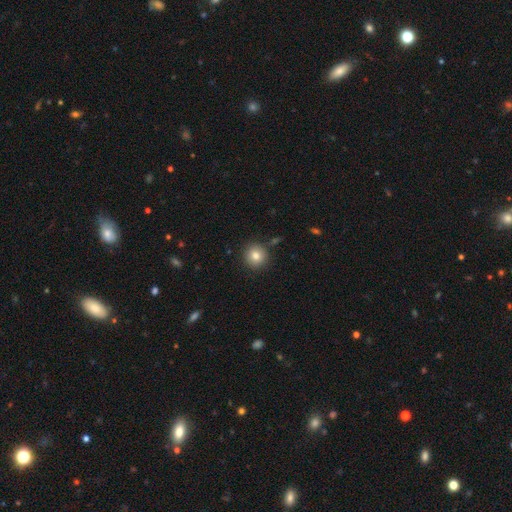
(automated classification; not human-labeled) smooth-or-featured: smooth: 82% | star or artifact: 10% | featured or disk: 8%
  how-rounded: round: 93% | in between: 6% | cigar-shaped: 1%
  merging: none: 88% | minor disturbance: 7% | merger: 3% | major disturbance: 2%